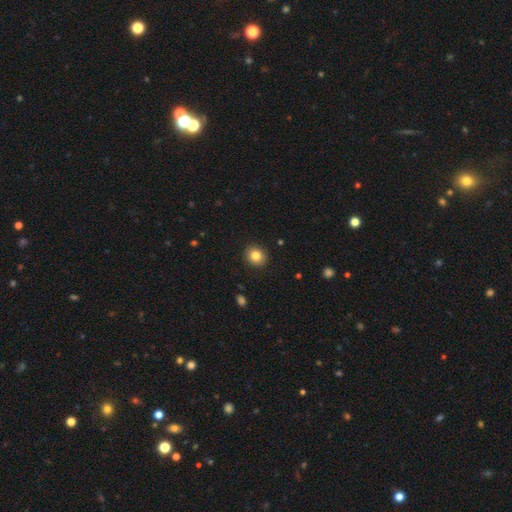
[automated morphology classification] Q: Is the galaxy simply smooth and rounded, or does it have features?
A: smooth — 83%.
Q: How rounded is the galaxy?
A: round — 79%.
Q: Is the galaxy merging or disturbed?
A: none — 91%.